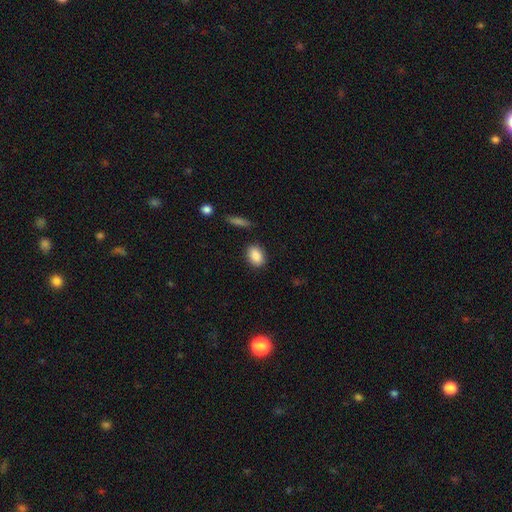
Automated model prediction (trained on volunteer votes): smooth_or_featured: smooth (p=0.88) [alt: star or artifact p=0.07]
how_rounded: in between (p=0.81) [alt: round p=0.16]
merging: none (p=0.85) [alt: minor disturbance p=0.10]